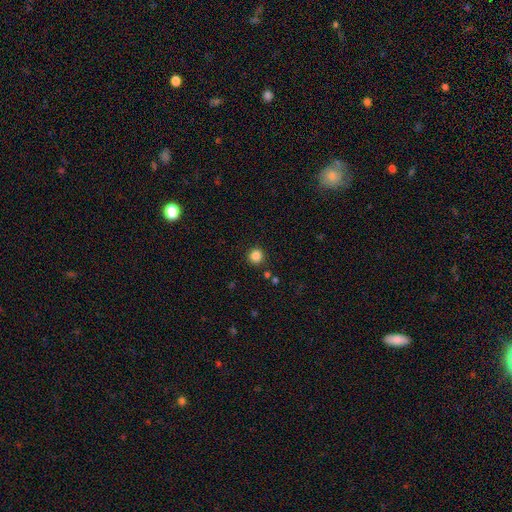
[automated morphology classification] Smooth or featured? smooth (85%)
How rounded? round (92%)
Merging? none (89%)